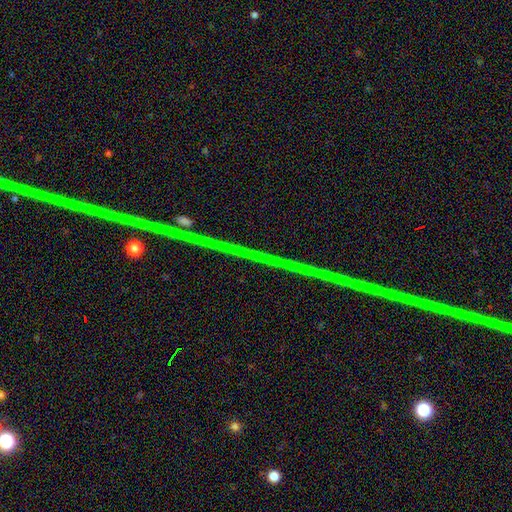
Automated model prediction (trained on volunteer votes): Smooth or featured: star or artifact — 78% (featured or disk — 15%)